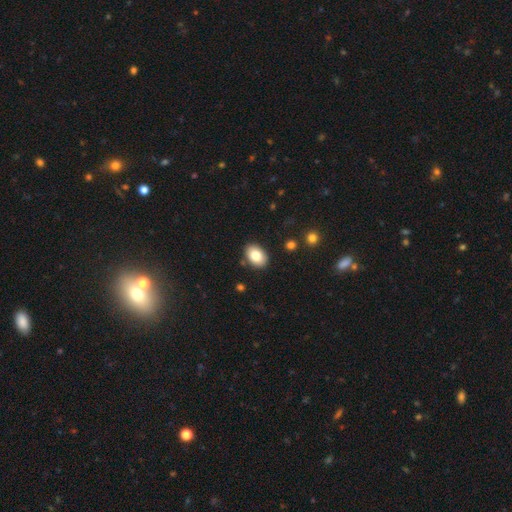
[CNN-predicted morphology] Smooth or featured? smooth (81%)
How rounded? in between (85%)
Merging? none (87%)